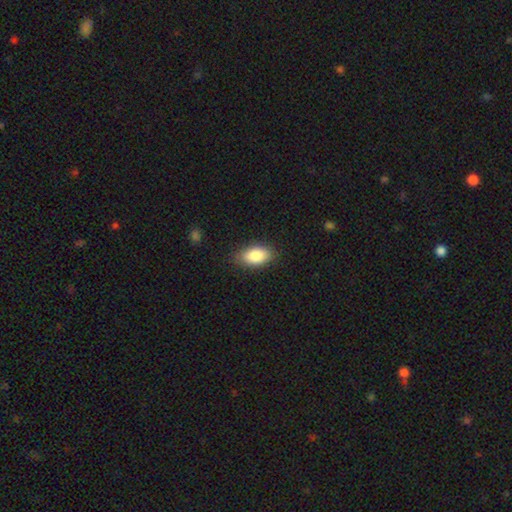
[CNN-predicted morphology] This is clearly a smooth galaxy (86%). How rounded: clearly in between (92%). Merging: clearly none (84%).